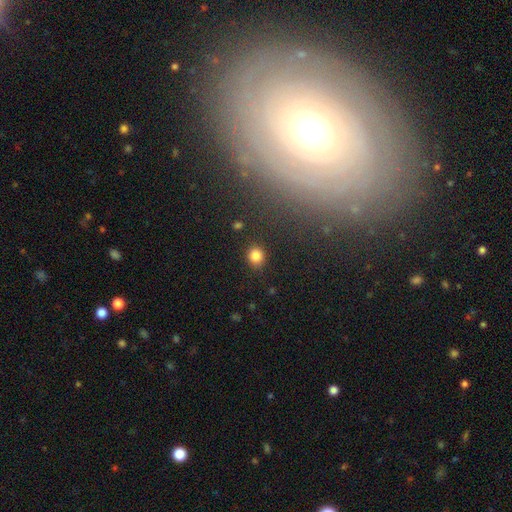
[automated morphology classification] Smooth or featured? smooth (84%)
How rounded? round (78%)
Merging? none (88%)